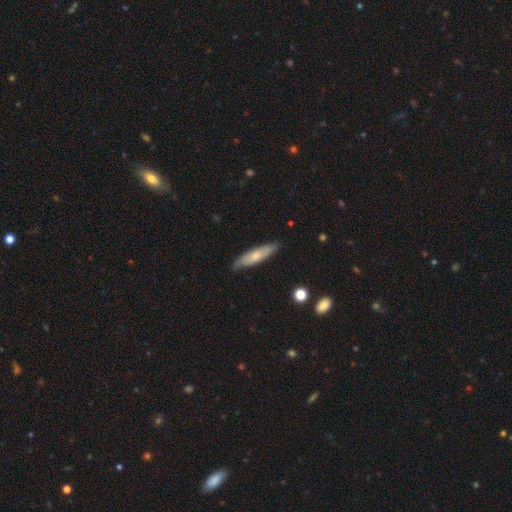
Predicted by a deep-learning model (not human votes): The model was most divided on "smooth or featured": smooth: 55%, featured or disk: 39%, star or artifact: 6%. More confident: merging — none (80%); how rounded — cigar-shaped (71%).